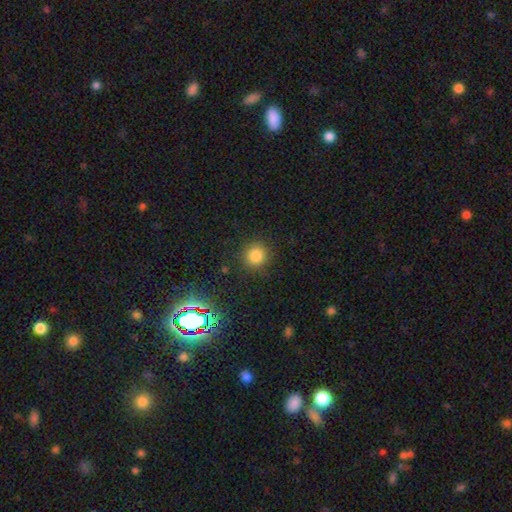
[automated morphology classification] This appears to be a smooth galaxy with no disk features (81%) that is round (91%). Merging: none (88%).